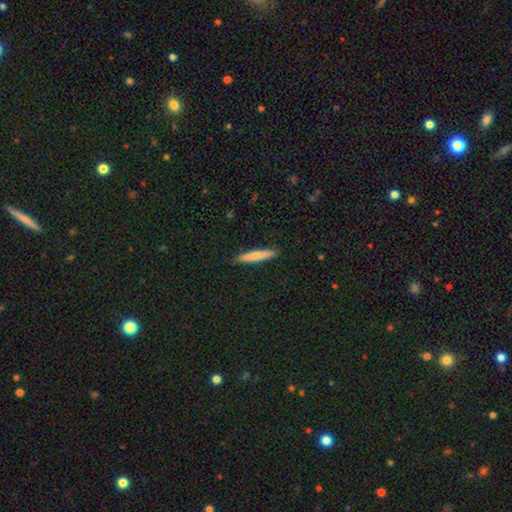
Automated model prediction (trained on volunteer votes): Smooth or featured: smooth — 74% (featured or disk — 21%)
How rounded: cigar-shaped — 93% (in between — 6%)
Merging: none — 90% (minor disturbance — 8%)